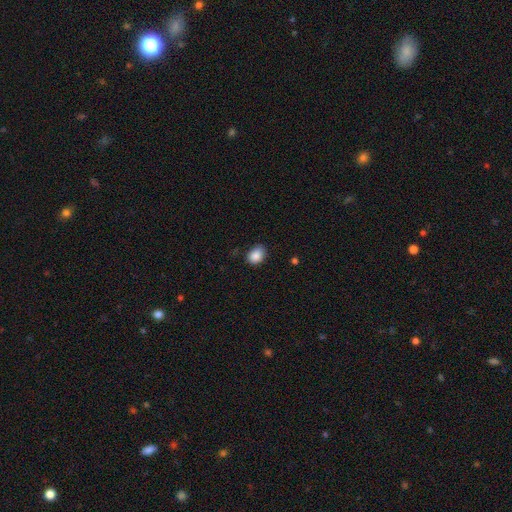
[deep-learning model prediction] Smooth or featured?
  - smooth: 87% *
  - star or artifact: 9%
  - featured or disk: 4%
How rounded?
  - in between: 59% *
  - round: 40%
  - cigar-shaped: 1%
Merging?
  - none: 73% *
  - minor disturbance: 22%
  - major disturbance: 3%
  - merger: 2%